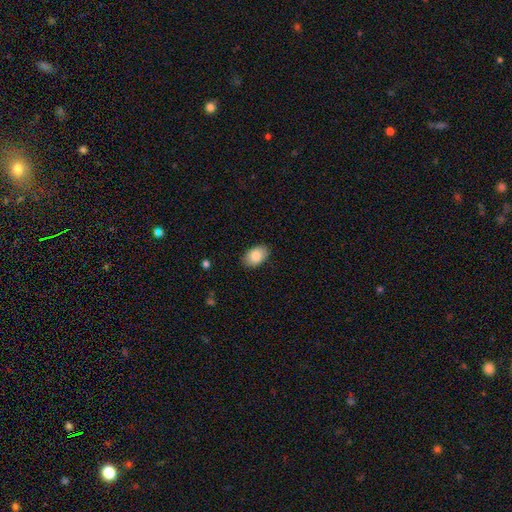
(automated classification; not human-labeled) This appears to be a smooth galaxy with no disk features (86%) that is in between round and cigar-shaped (89%). Merging: none (87%).